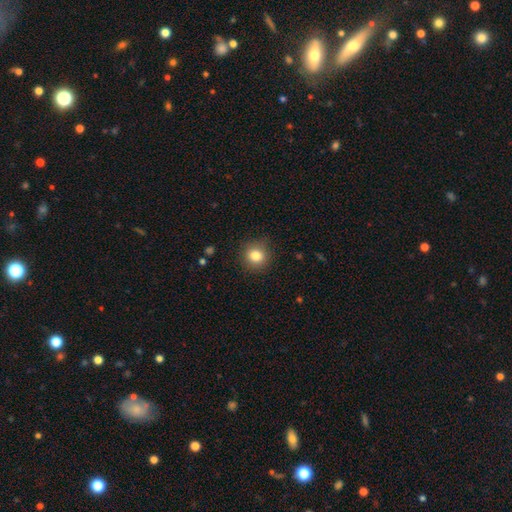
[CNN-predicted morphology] Smooth or featured: smooth — 83% (star or artifact — 11%)
How rounded: round — 88% (in between — 11%)
Merging: none — 87% (minor disturbance — 9%)